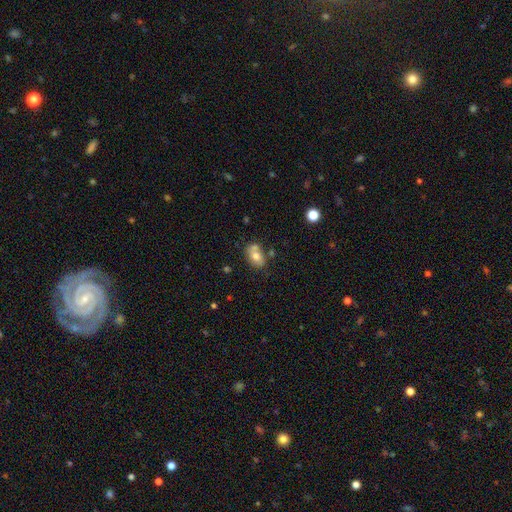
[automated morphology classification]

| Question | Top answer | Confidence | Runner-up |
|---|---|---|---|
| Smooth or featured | smooth | 71% | featured or disk (19%) |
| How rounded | in between | 77% | round (22%) |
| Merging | none | 48% | merger (30%) |